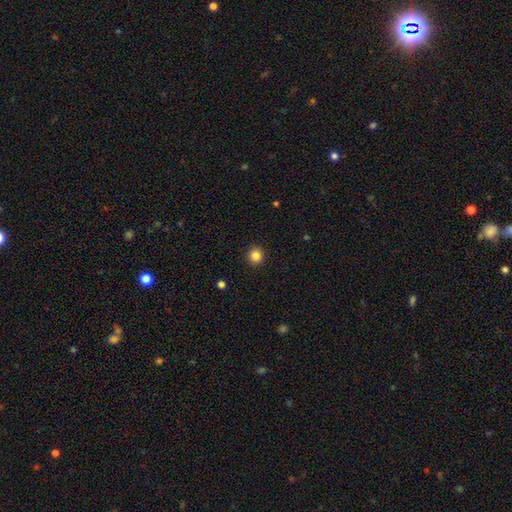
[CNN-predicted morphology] type=smooth (85%); roundness=round (94%); merging=none (93%).